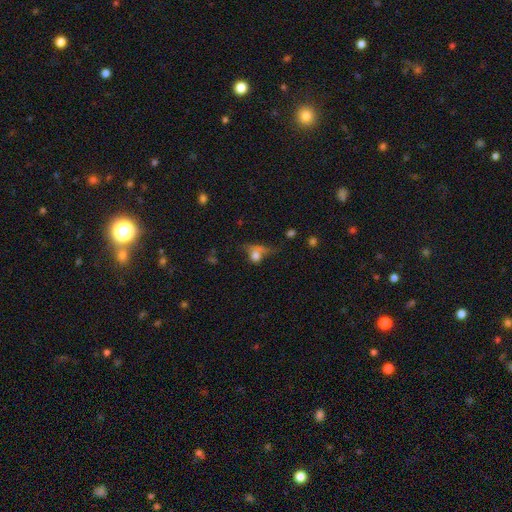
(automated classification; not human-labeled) Smooth or featured? Predicted: smooth (p=0.66). How rounded? Predicted: round (p=0.50). Merging? Predicted: major disturbance (p=0.39).